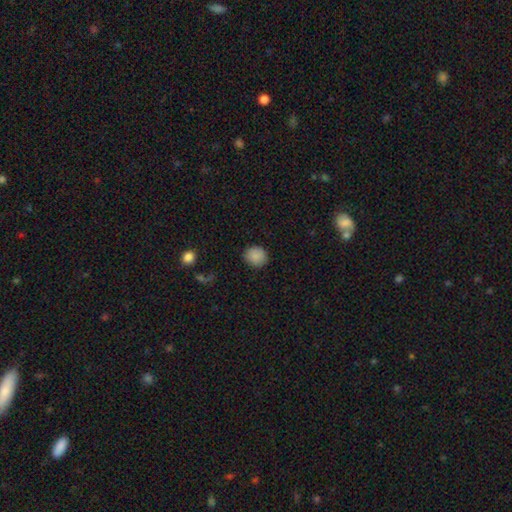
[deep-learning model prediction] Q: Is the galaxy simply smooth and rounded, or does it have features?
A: smooth — 87%.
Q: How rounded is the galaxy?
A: round — 80%.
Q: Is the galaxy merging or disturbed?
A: none — 85%.